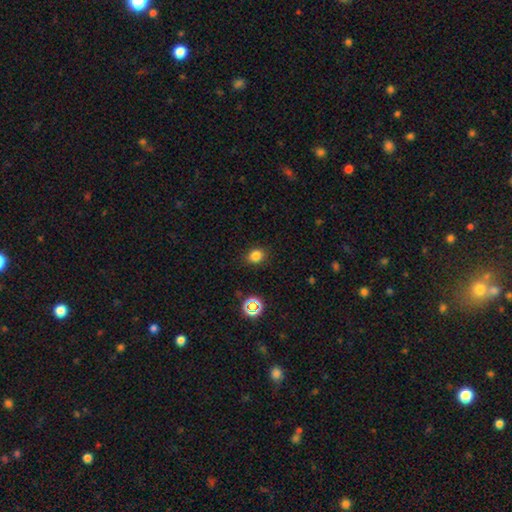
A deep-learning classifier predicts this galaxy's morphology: This is likely a smooth galaxy (80%). How rounded: possibly round (57%). Merging: clearly none (86%).